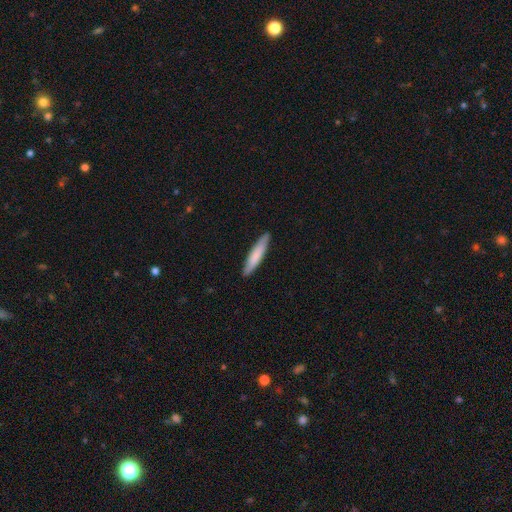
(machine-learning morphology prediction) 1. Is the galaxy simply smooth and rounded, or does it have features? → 77% smooth, 18% featured or disk, 5% star or artifact.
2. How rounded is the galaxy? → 89% cigar-shaped, 10% in between, 1% round.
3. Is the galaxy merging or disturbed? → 88% none, 9% minor disturbance, 1% major disturbance, 1% merger.